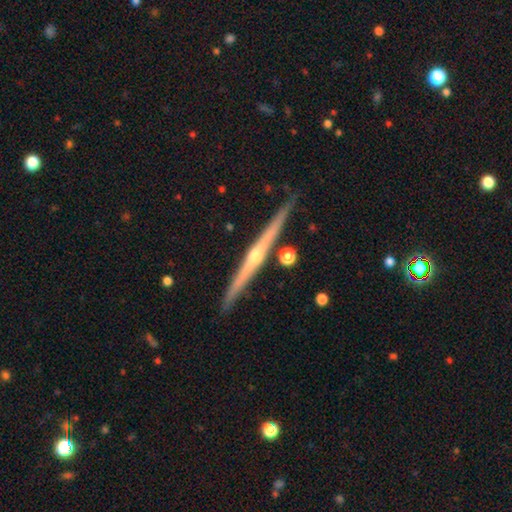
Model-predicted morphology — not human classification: type=featured or disk (83%); edge-on=yes (98%); edge-on bulge=rounded (81%); merging=none (89%).